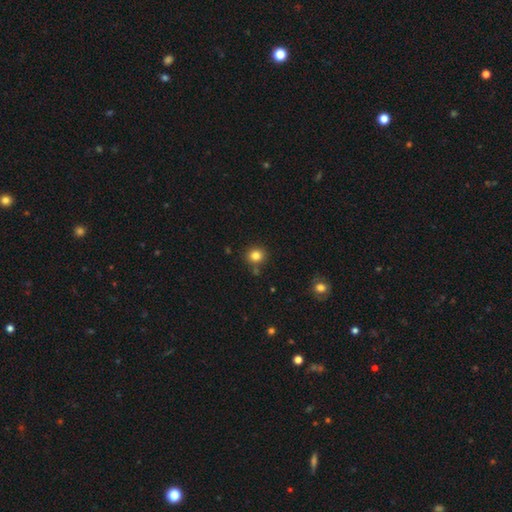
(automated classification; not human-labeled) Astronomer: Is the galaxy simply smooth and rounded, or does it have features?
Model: smooth — 83%.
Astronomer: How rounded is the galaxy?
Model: round — 88%.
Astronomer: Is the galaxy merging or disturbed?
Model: none — 82%.